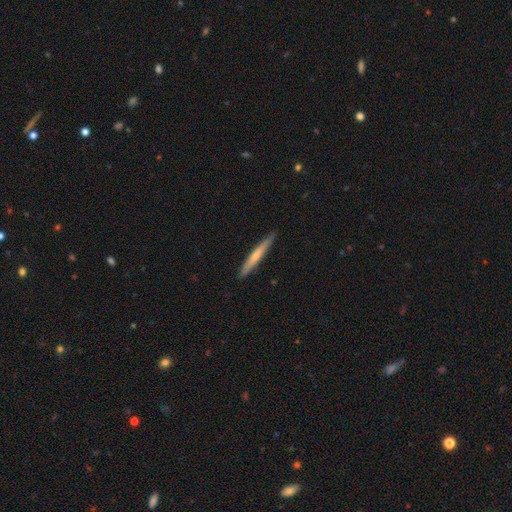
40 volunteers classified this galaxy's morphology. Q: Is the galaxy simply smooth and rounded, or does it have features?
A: smooth — 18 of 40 (45%, tied with featured or disk).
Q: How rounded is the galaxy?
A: cigar-shaped — 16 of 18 (89%).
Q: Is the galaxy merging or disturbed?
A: none — 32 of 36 (89%).